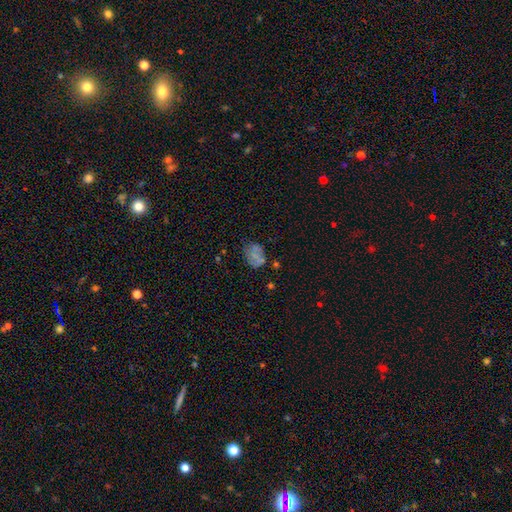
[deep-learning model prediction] Smooth or featured: smooth — 60% (featured or disk — 25%)
How rounded: in between — 68% (round — 31%)
Merging: none — 52% (minor disturbance — 26%)